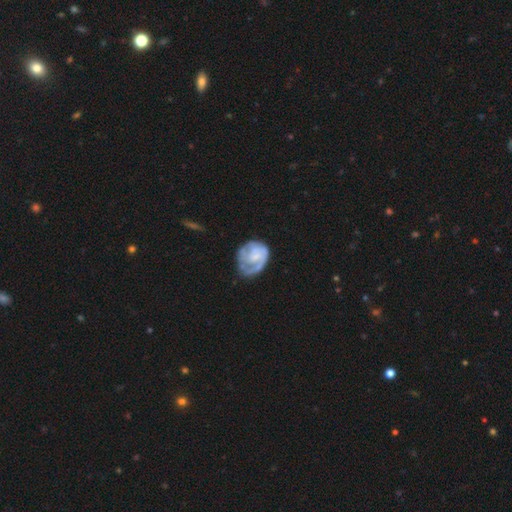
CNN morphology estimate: featured or disk 66%, smooth 28%, star or artifact 6%. Down the decision tree: edge-on disk — no (98%); bar — no (64%); spiral arms — yes (78%); spiral arm count — can't tell (30%); spiral winding — tight (52%); bulge size — none (39%); merging — none (51%).